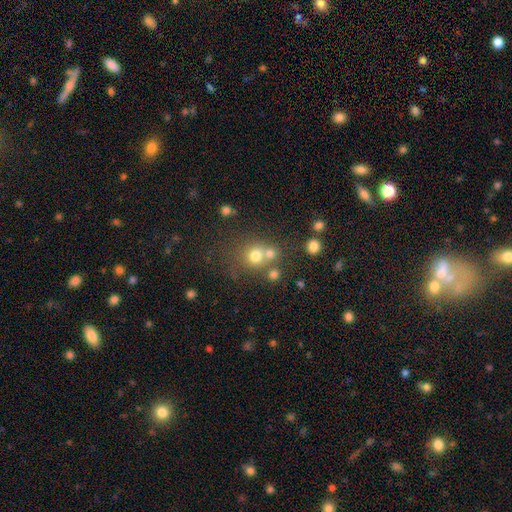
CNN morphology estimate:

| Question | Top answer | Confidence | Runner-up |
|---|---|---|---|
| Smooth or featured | smooth | 71% | star or artifact (17%) |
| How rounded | round | 83% | in between (16%) |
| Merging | none | 53% | merger (33%) |